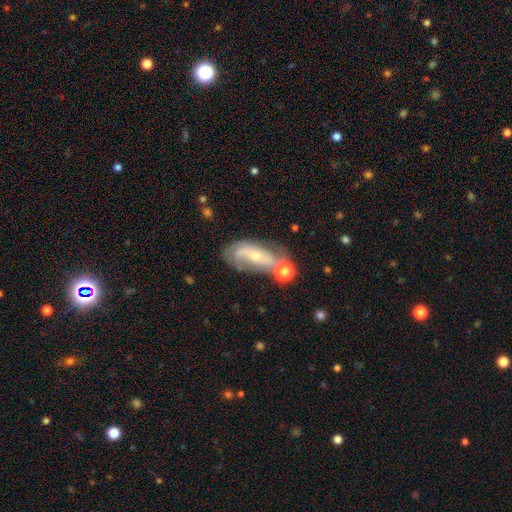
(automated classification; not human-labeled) This appears to be a featured or disk galaxy (66%) with no bar (51%), spiral arms (76%) and a small central bulge (59%). Merging: none (48%).